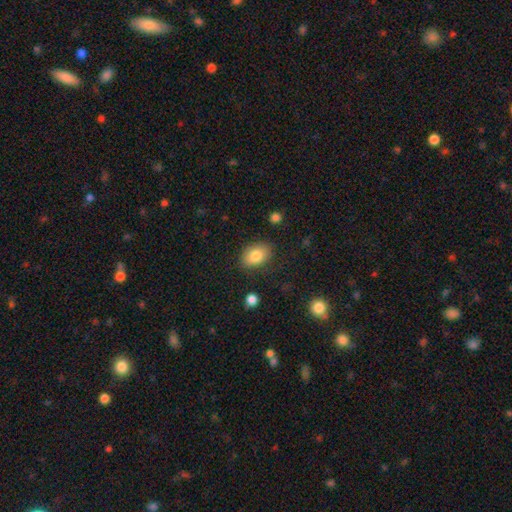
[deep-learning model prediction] Smooth or featured? smooth (82%)
How rounded? in between (81%)
Merging? none (82%)